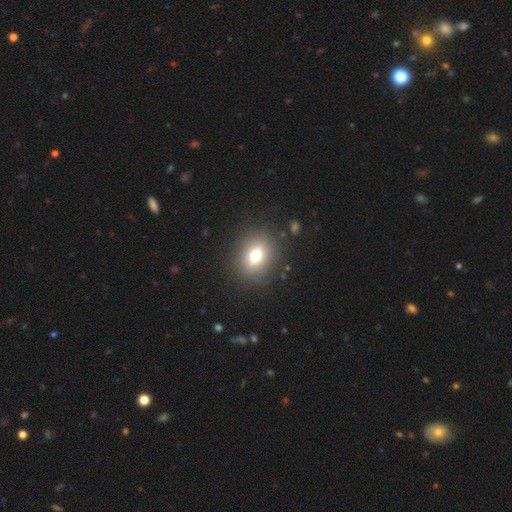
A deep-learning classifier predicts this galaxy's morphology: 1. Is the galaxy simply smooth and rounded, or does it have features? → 70% smooth, 17% featured or disk, 13% star or artifact.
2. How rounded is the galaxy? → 50% in between, 48% round, 2% cigar-shaped.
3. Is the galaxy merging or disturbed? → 87% none, 8% minor disturbance, 4% major disturbance, 2% merger.